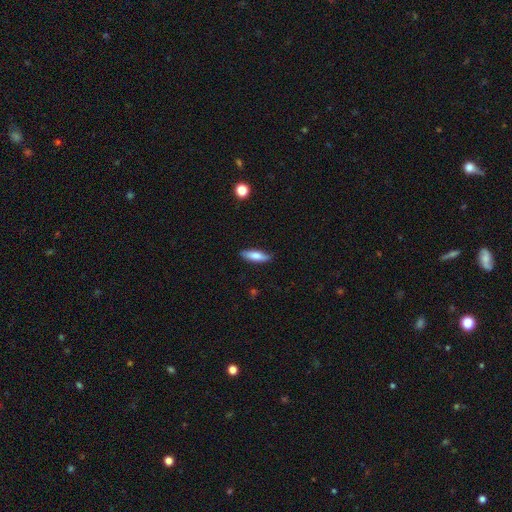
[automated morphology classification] smooth 76%, featured or disk 18%, star or artifact 6%. Down the decision tree: how rounded — cigar-shaped (54%); merging — none (86%).